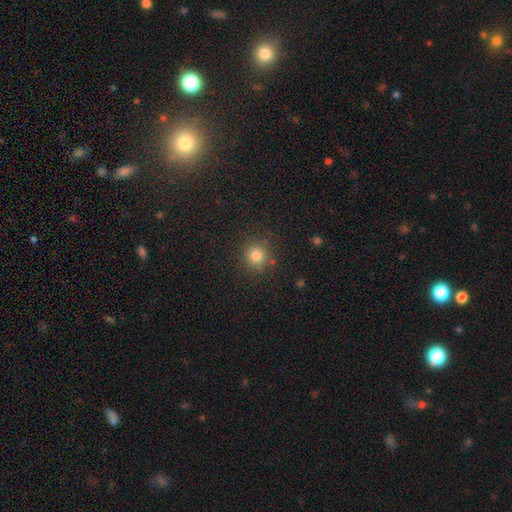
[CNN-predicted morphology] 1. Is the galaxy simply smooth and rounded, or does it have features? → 79% smooth, 14% star or artifact, 6% featured or disk.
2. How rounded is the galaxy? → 91% round, 8% in between, 1% cigar-shaped.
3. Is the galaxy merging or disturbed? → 85% none, 10% minor disturbance, 3% major disturbance, 2% merger.